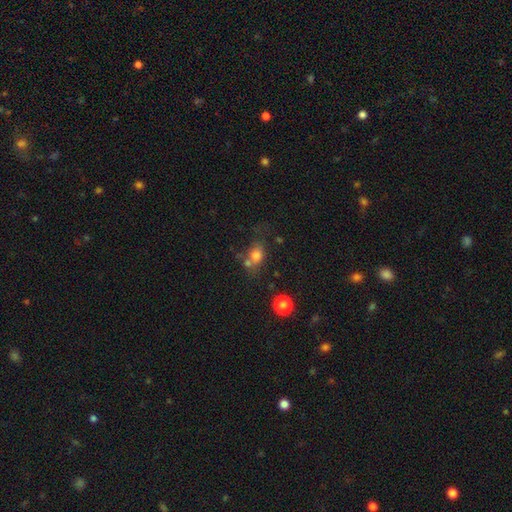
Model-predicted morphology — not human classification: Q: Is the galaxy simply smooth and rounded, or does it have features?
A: smooth — 74%.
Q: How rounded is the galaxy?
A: in between — 50%.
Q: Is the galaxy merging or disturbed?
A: none — 47%.